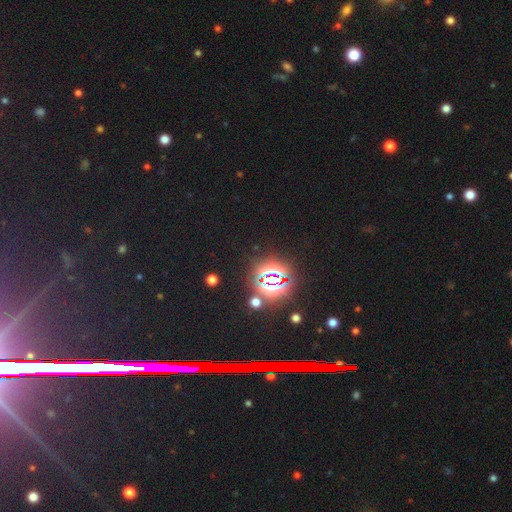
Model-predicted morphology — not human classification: Smooth or featured: star or artifact — 80% (smooth — 11%)